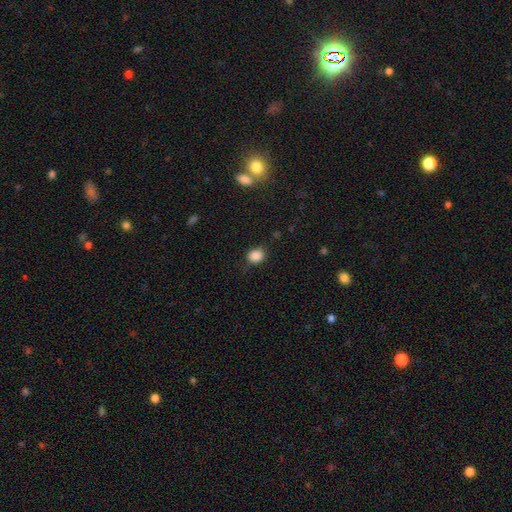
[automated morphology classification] This is clearly a smooth galaxy (86%). How rounded: likely round (69%). Merging: likely none (76%).